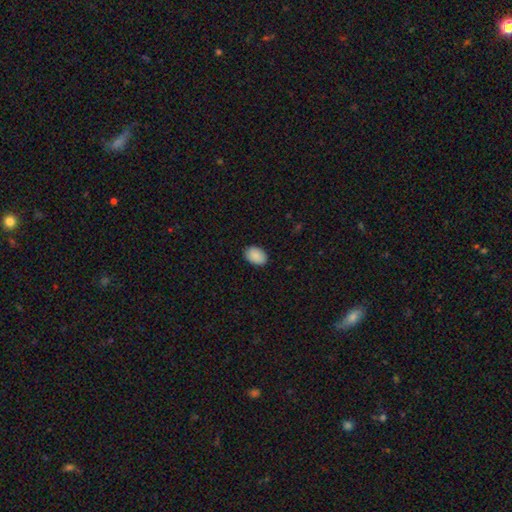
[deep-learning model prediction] Smooth or featured: smooth — 90% (star or artifact — 7%)
How rounded: in between — 85% (round — 14%)
Merging: none — 88% (minor disturbance — 9%)